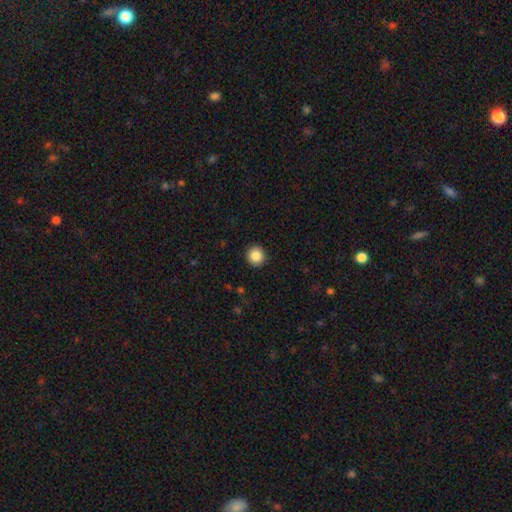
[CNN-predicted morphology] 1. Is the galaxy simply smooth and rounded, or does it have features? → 86% smooth, 9% star or artifact, 4% featured or disk.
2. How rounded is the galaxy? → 94% round, 5% in between, 1% cigar-shaped.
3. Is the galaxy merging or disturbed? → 92% none, 5% minor disturbance, 2% major disturbance, 1% merger.